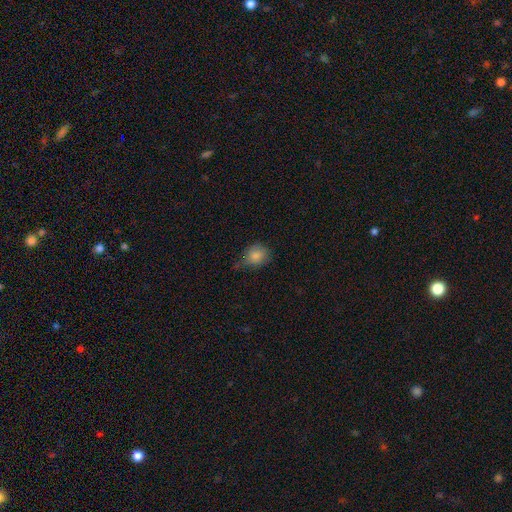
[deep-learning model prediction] A smooth galaxy with no disk features (85%) that is round (65%). Merging: none (59%).